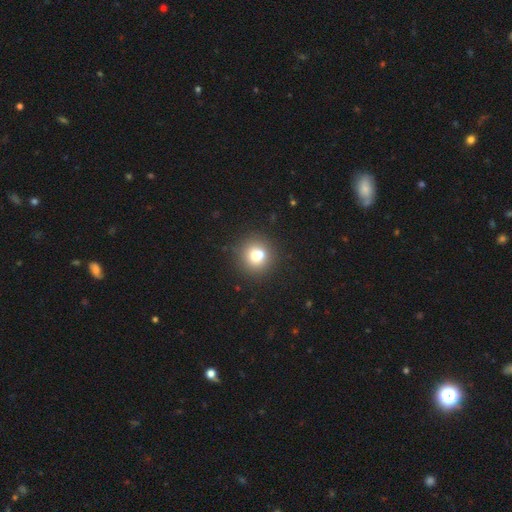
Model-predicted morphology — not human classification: A smooth galaxy with no disk features (70%) that is round (90%). Merging: none (62%).